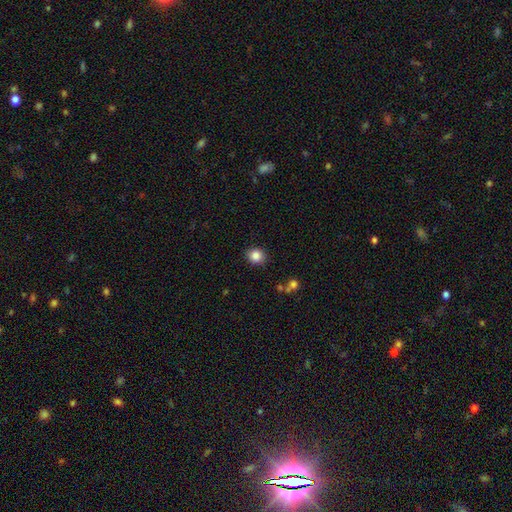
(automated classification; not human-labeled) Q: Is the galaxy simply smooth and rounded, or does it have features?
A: smooth — 85%.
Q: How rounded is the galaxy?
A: round — 80%.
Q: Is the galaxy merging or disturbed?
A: none — 88%.